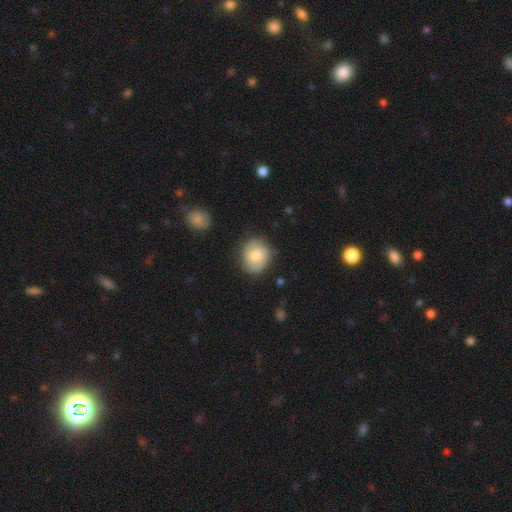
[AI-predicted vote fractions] Smooth or featured? smooth (55%)
How rounded? round (66%)
Merging? none (73%)